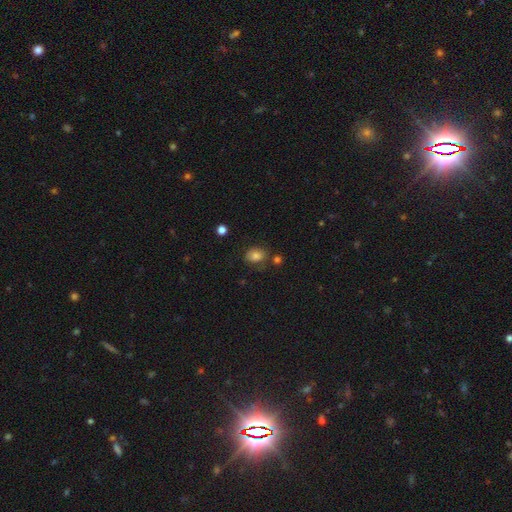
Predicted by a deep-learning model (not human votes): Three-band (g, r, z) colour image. It shows a smooth galaxy with no disk features (81%) that is in between round and cigar-shaped (63%). Merging: none (70%).